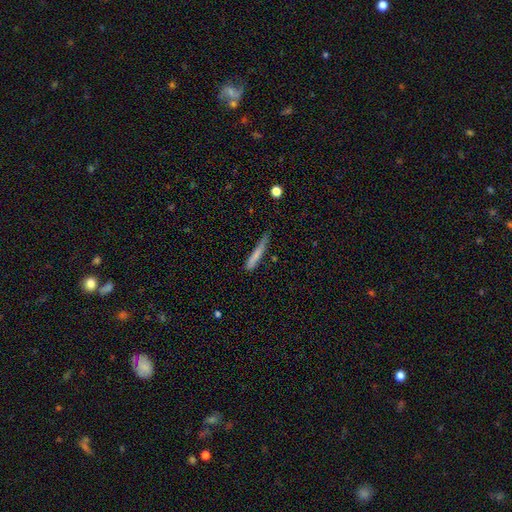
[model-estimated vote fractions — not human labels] Smooth or featured: smooth — 72% (featured or disk — 21%)
How rounded: cigar-shaped — 93% (in between — 5%)
Merging: none — 57% (minor disturbance — 30%)